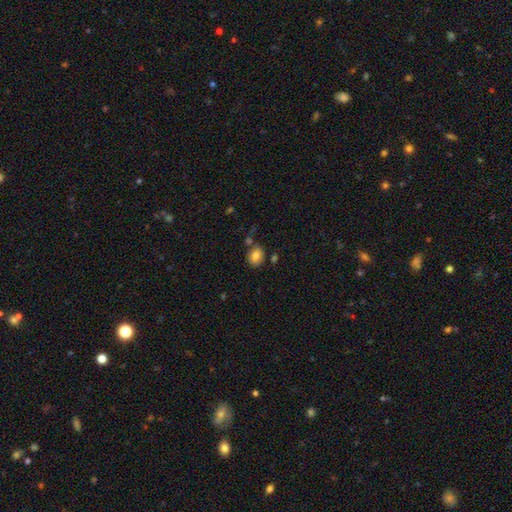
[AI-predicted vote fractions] This appears to be a smooth galaxy with no disk features (81%) that is in between round and cigar-shaped (50%). Merging: none (70%).